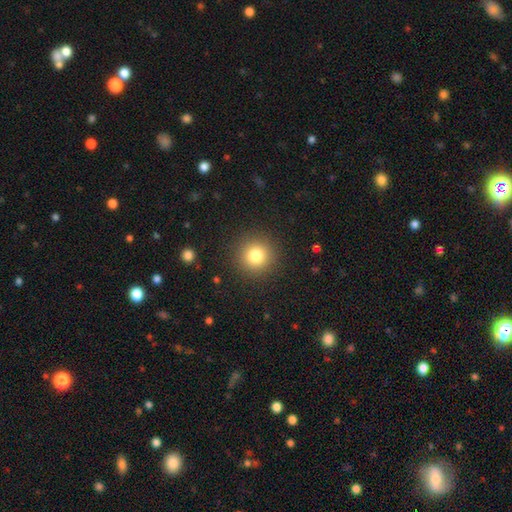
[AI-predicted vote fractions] A smooth galaxy with no disk features (79%) that is round (95%).

Vote fractions:
- Smooth or featured? smooth: 79% / star or artifact: 13% / featured or disk: 8%
- How rounded? round: 95% / in between: 4% / cigar-shaped: 1%
- Merging? none: 91% / minor disturbance: 6% / major disturbance: 3% / merger: 1%